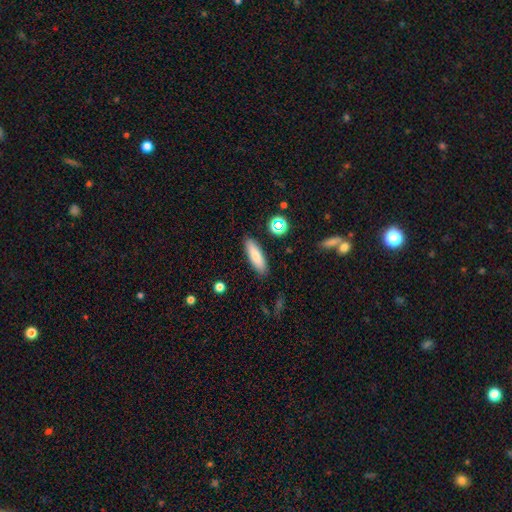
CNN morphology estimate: Q: Smooth or featured?
A: smooth (78%); runner-up: featured or disk (14%)
Q: How rounded?
A: cigar-shaped (56%); runner-up: in between (42%)
Q: Merging?
A: none (88%); runner-up: minor disturbance (8%)